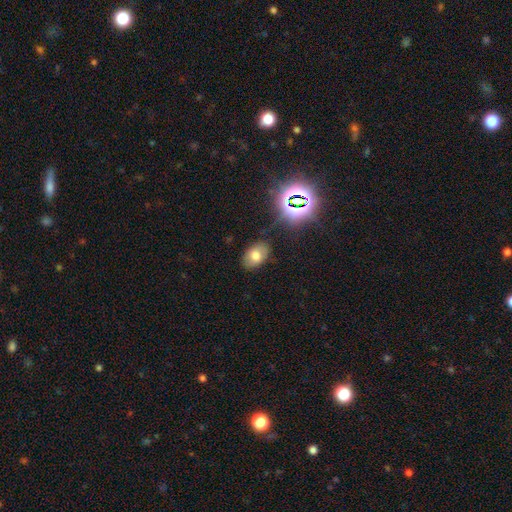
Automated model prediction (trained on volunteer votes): smooth_or_featured: smooth (p=0.67) [alt: featured or disk p=0.17]
how_rounded: in between (p=0.86) [alt: round p=0.13]
merging: none (p=0.80) [alt: minor disturbance p=0.14]